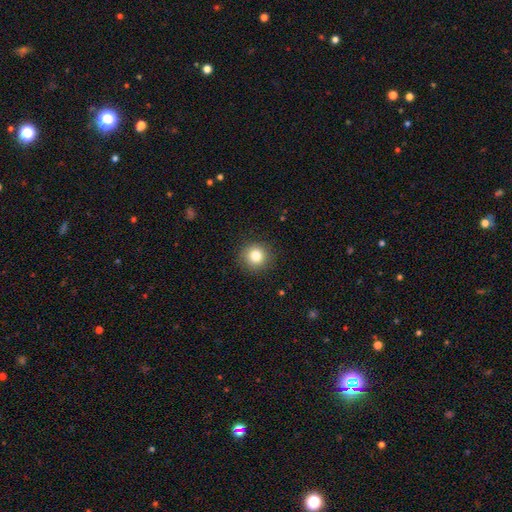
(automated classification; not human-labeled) smooth-or-featured: smooth: 81% | star or artifact: 11% | featured or disk: 8%
  how-rounded: round: 94% | in between: 5% | cigar-shaped: 1%
  merging: none: 91% | minor disturbance: 6% | major disturbance: 2% | merger: 1%